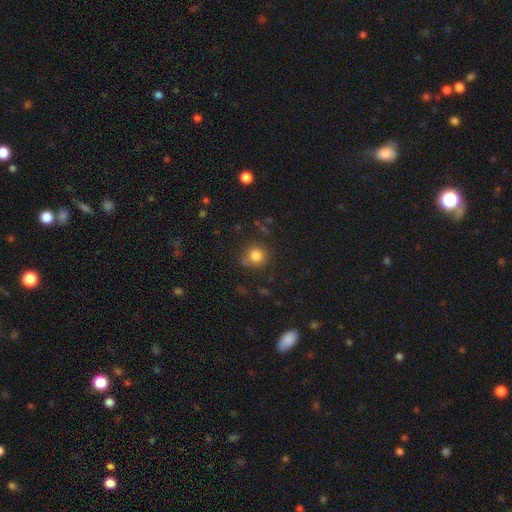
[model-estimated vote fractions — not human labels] Smooth or featured? smooth (82%)
How rounded? round (90%)
Merging? none (76%)